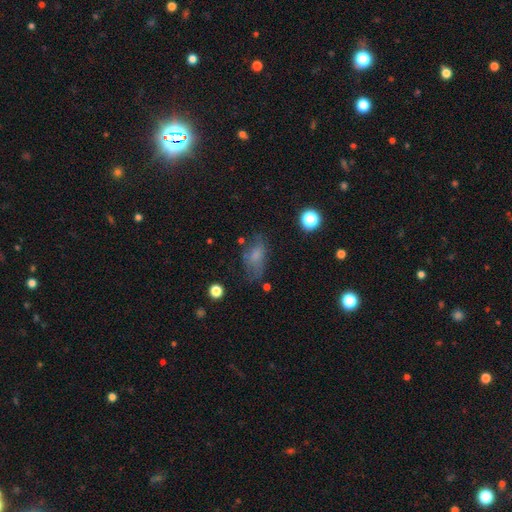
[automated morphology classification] This appears to be a smooth galaxy with no disk features (62%) that is in between round and cigar-shaped (85%). Merging: none (50%).